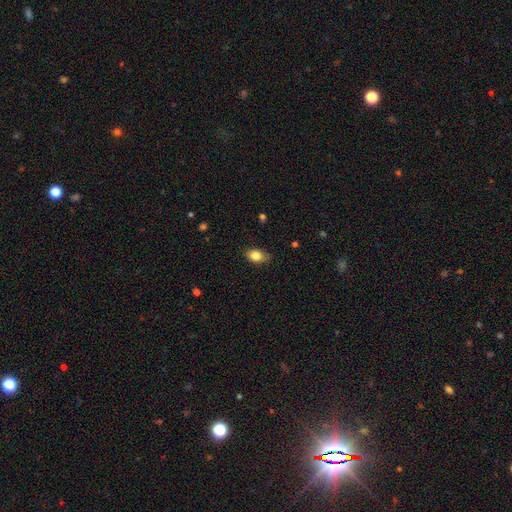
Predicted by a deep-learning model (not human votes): smooth-or-featured: smooth: 83% | featured or disk: 9% | star or artifact: 8%
  how-rounded: in between: 85% | round: 13% | cigar-shaped: 2%
  merging: none: 79% | minor disturbance: 17% | major disturbance: 3% | merger: 1%